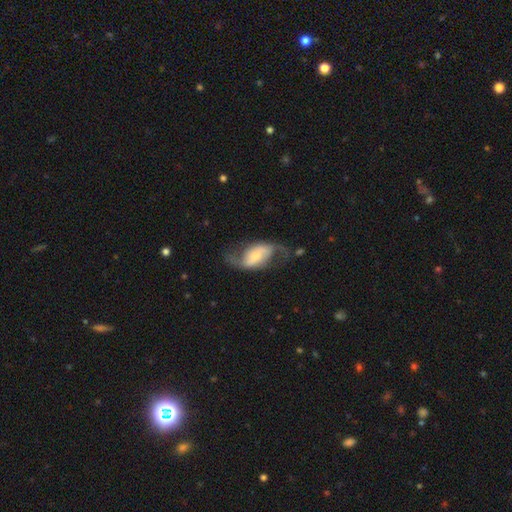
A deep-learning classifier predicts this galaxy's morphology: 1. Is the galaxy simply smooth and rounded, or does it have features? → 79% featured or disk, 15% smooth, 6% star or artifact.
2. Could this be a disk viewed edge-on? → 96% no, 4% yes.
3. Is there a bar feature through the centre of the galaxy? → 41% weak, 32% no, 27% strong.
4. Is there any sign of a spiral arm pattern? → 93% yes, 7% no.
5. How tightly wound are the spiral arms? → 72% loose, 23% medium, 5% tight.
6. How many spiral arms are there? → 92% 2, 3% can't tell, 2% 1, 1% 3, 1% 4, 1% more than 4.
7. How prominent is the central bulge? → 42% small, 37% moderate, 12% large, 6% none, 3% dominant.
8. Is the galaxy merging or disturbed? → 62% none, 19% minor disturbance, 17% major disturbance, 2% merger.